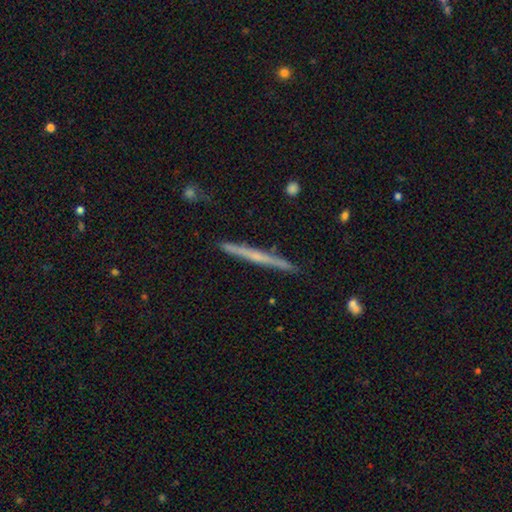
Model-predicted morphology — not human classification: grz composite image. It shows a featured or disk galaxy (59%) viewed edge-on (98%) with no central bulge (66%). Merging: none (90%).